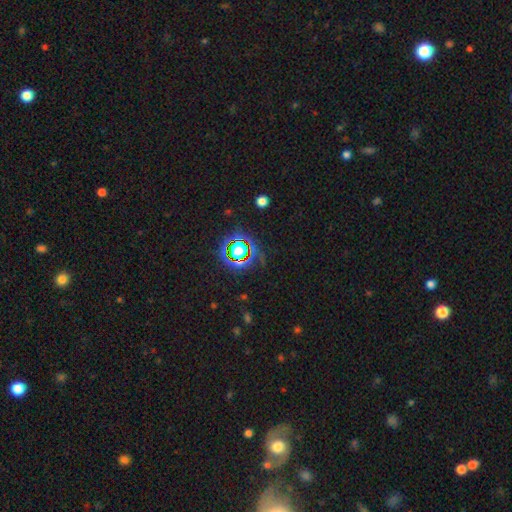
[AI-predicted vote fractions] This appears to be a star or artifact, not a galaxy (75%).